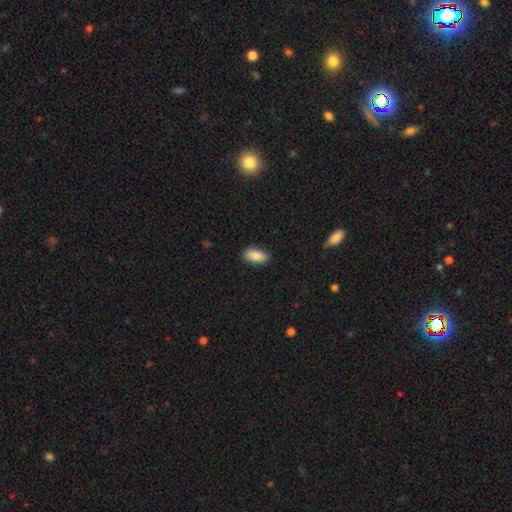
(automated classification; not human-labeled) smooth-or-featured: smooth: 86% | featured or disk: 7% | star or artifact: 7%
  how-rounded: in between: 92% | cigar-shaped: 5% | round: 3%
  merging: none: 88% | minor disturbance: 9% | major disturbance: 2% | merger: 1%